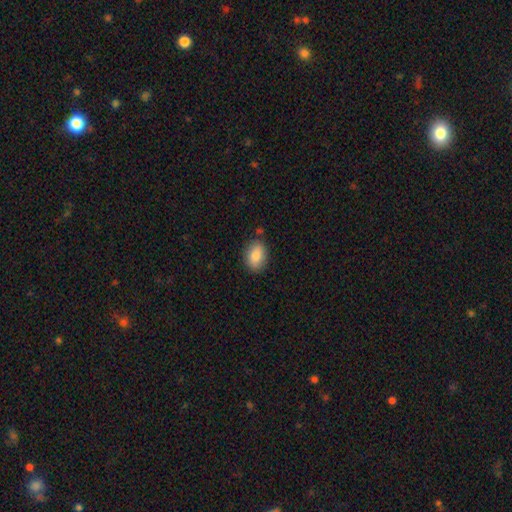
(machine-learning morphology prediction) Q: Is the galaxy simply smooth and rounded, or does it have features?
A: smooth — 84%.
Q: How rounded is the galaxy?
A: in between — 75%.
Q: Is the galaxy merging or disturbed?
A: none — 82%.